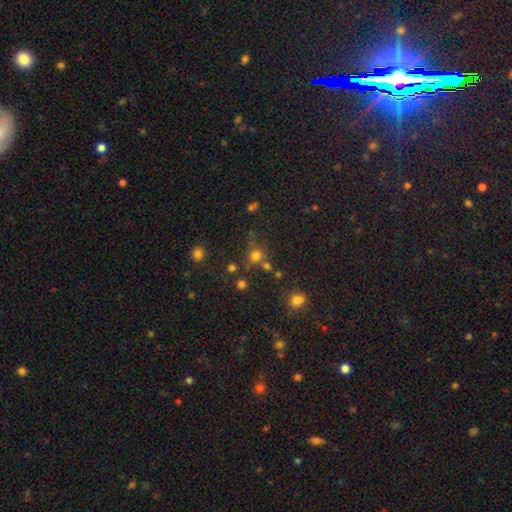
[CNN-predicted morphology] The model was most divided on "merging": none: 63%, merger: 19%, minor disturbance: 12%, major disturbance: 6%. More confident: how rounded — round (88%); smooth or featured — smooth (69%).